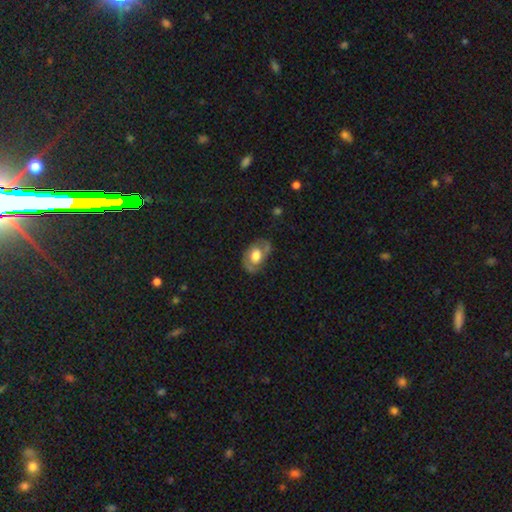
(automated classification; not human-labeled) Overall: featured or disk (49%; smooth 44%). Merging: none (63%; minor disturbance 25%).